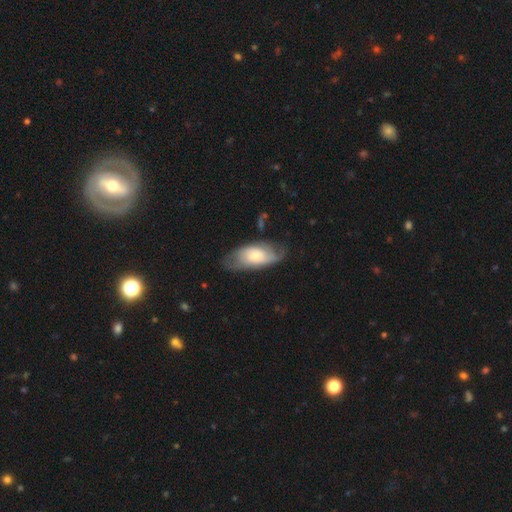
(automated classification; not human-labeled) smooth-or-featured: featured or disk: 49% | smooth: 45% | star or artifact: 6%
  merging: none: 58% | minor disturbance: 27% | major disturbance: 13% | merger: 2%